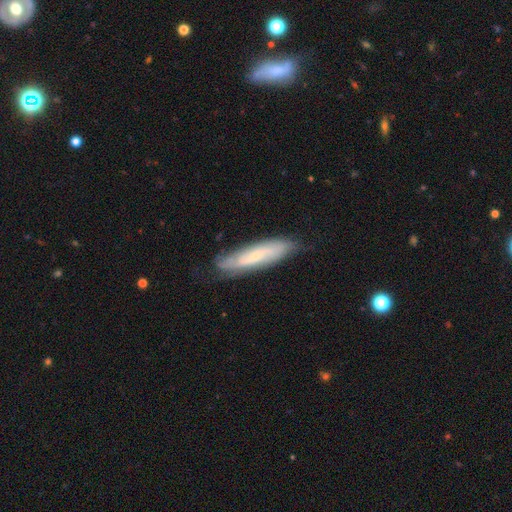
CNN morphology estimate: A featured or disk galaxy (54%).

Vote fractions:
- Smooth or featured? featured or disk: 54% / smooth: 38% / star or artifact: 7%
- Edge-on disk? no: 59% / yes: 41%
- Merging? none: 73% / minor disturbance: 20% / major disturbance: 5% / merger: 2%